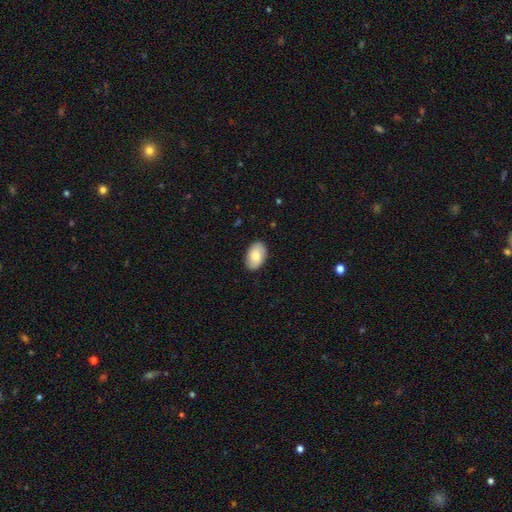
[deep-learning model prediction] Overall: smooth (79%). How rounded: in between (91%). Merging: none (88%).